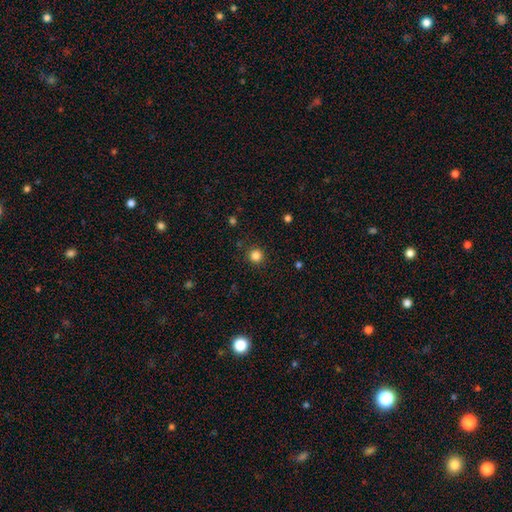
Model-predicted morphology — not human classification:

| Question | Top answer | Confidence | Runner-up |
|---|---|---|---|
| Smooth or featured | smooth | 83% | star or artifact (13%) |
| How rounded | round | 94% | in between (5%) |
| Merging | none | 89% | minor disturbance (7%) |